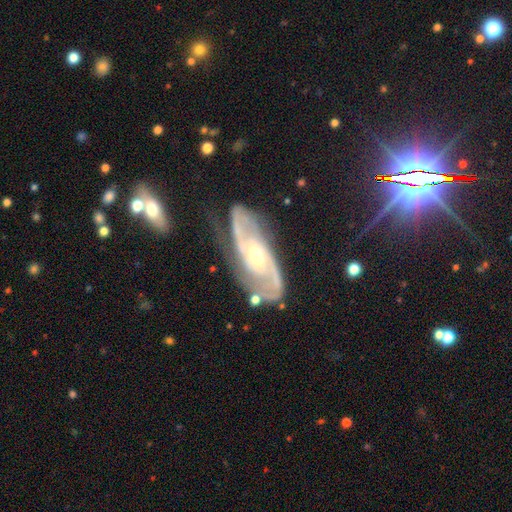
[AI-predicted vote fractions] This appears to be a featured or disk galaxy (88%) with no bar (55%), 2 (72%) medium (46%) spiral arms (97%) and a moderate central bulge (54%). Merging: none (71%).